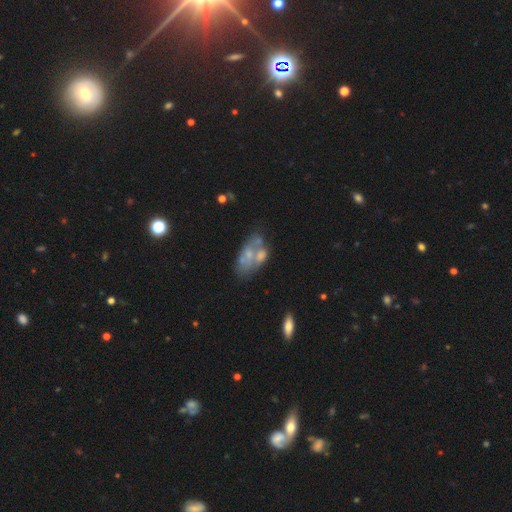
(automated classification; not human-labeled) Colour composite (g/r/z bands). It shows a featured or disk galaxy (53%). Merging: merger (36%).